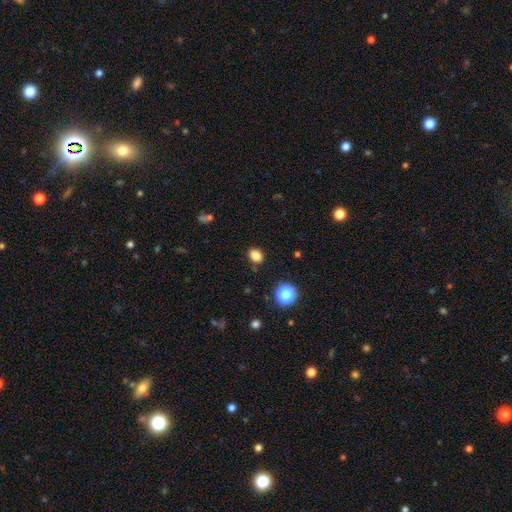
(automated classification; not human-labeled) Smooth or featured: smooth — 83% (star or artifact — 13%)
How rounded: in between — 57% (round — 42%)
Merging: none — 86% (minor disturbance — 10%)